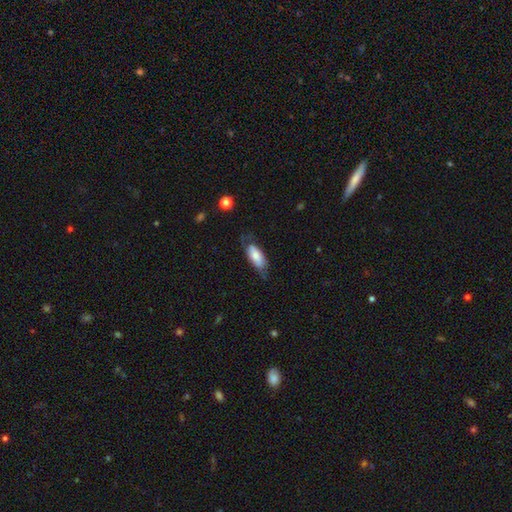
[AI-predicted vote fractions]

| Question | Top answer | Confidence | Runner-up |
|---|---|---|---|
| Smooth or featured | smooth | 66% | featured or disk (28%) |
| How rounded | in between | 83% | cigar-shaped (15%) |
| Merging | none | 54% | minor disturbance (29%) |